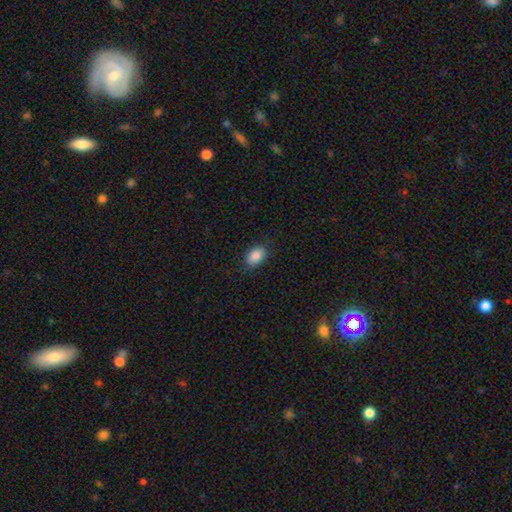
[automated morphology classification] smooth_or_featured: smooth (p=0.88) [alt: star or artifact p=0.08]
how_rounded: in between (p=0.87) [alt: round p=0.11]
merging: none (p=0.81) [alt: minor disturbance p=0.14]